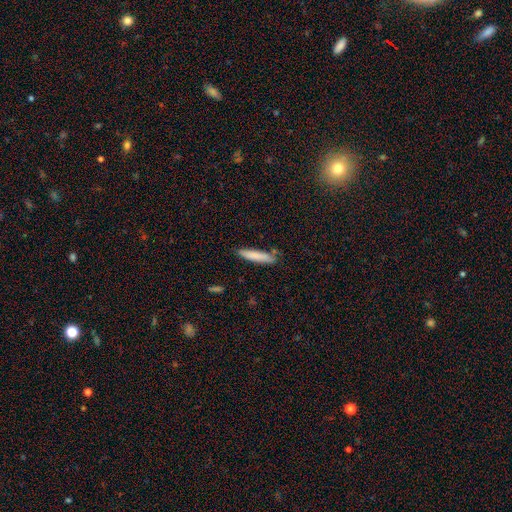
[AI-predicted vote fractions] smooth-or-featured: smooth: 81% | featured or disk: 13% | star or artifact: 6%
  how-rounded: cigar-shaped: 88% | in between: 11% | round: 1%
  merging: none: 78% | minor disturbance: 16% | merger: 3% | major disturbance: 3%